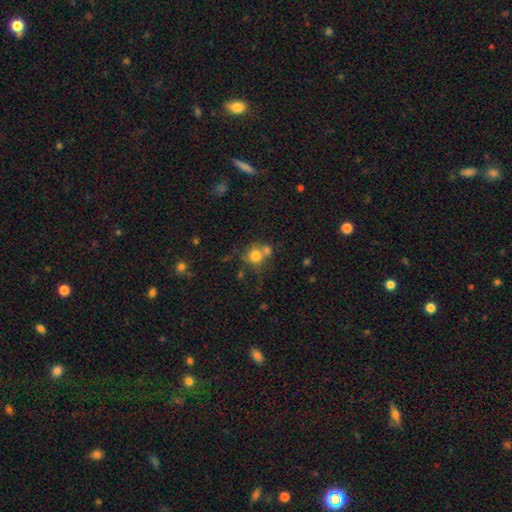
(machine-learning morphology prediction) type=smooth (76%); roundness=round (85%); merging=none (47%).